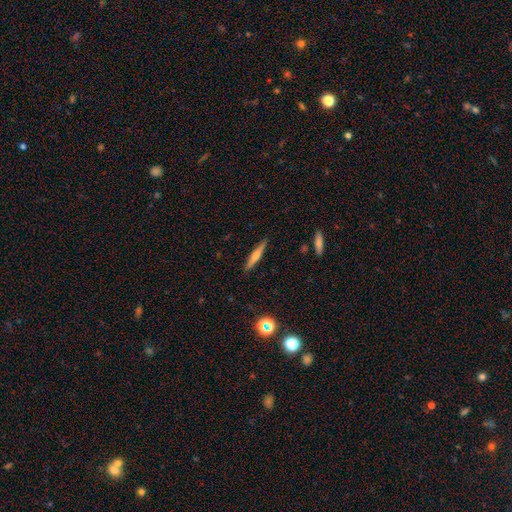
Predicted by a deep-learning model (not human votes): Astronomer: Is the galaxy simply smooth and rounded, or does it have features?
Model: featured or disk — 49% (runner-up: smooth, 43%).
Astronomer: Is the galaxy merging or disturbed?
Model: none — 89%.